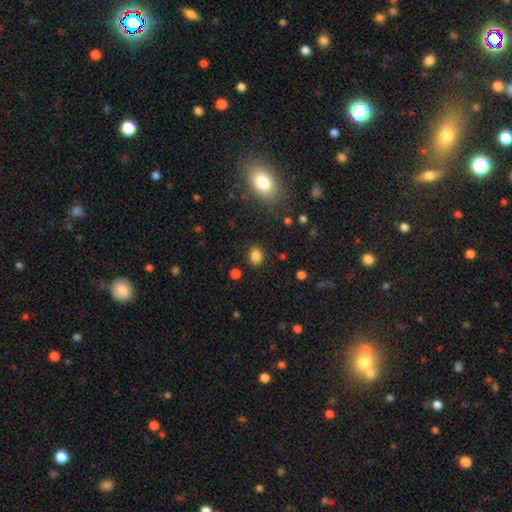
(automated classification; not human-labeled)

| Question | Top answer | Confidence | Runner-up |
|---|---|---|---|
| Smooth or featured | smooth | 84% | star or artifact (12%) |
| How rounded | in between | 62% | round (37%) |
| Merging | none | 86% | minor disturbance (9%) |